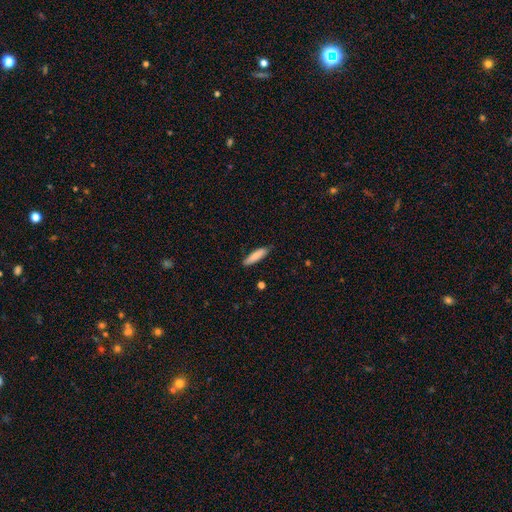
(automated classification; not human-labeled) smooth_or_featured: smooth (p=0.84) [alt: featured or disk p=0.10]
how_rounded: cigar-shaped (p=0.73) [alt: in between p=0.25]
merging: none (p=0.83) [alt: minor disturbance p=0.14]